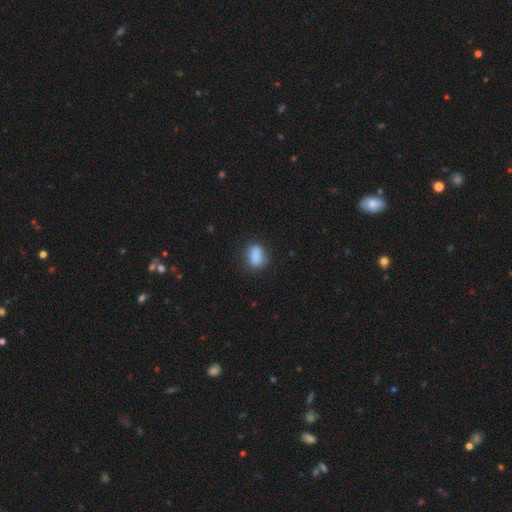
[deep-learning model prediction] Smooth or featured: smooth — 85% (star or artifact — 9%)
How rounded: in between — 72% (round — 25%)
Merging: none — 72% (minor disturbance — 20%)